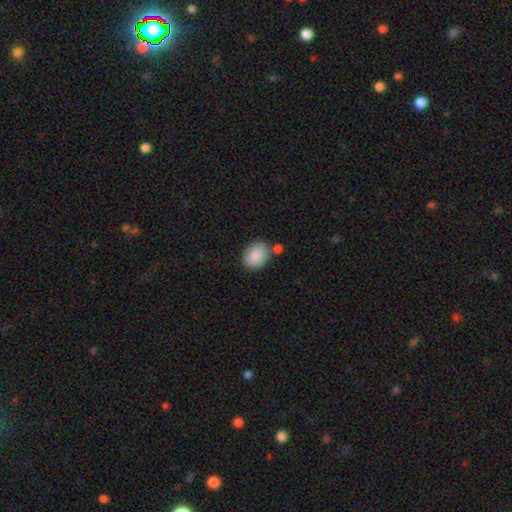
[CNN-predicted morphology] This is clearly a smooth galaxy (87%). How rounded: possibly in between (51%). Merging: likely none (68%).